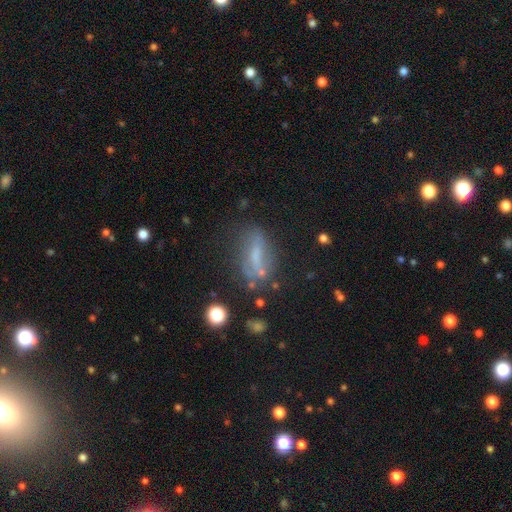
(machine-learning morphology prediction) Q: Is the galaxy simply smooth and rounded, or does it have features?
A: smooth — 45%.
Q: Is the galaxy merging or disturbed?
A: none — 47%.